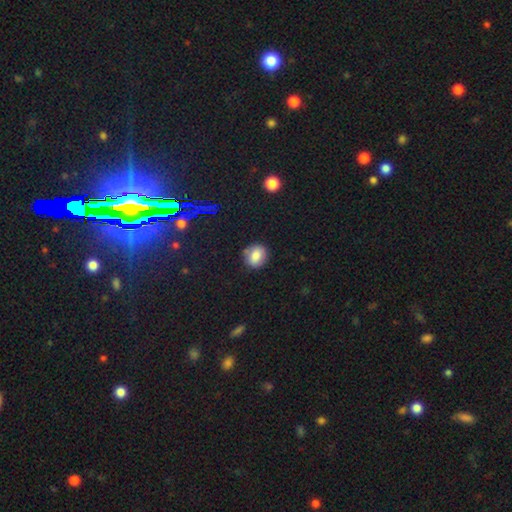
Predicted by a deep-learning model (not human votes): Smooth or featured? smooth (79%)
How rounded? round (72%)
Merging? none (80%)